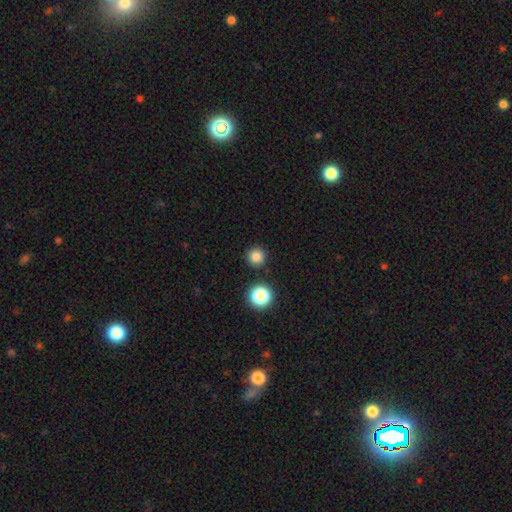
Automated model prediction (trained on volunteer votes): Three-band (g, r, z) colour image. It shows a smooth galaxy with no disk features (82%) that is round (96%). Merging: none (90%).